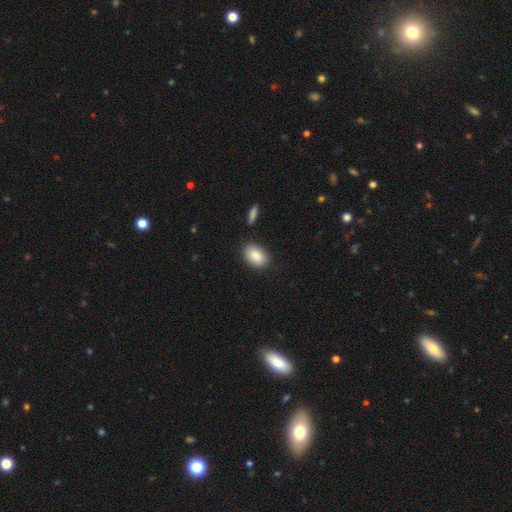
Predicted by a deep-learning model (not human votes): Morphology: type=smooth (87%); roundness=in between (85%); merging=none (85%).